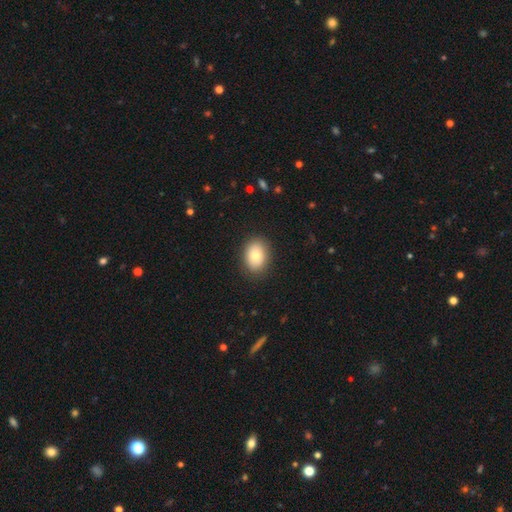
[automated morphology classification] The model was most divided on "how rounded": in between: 73%, round: 26%, cigar-shaped: 1%. More confident: merging — none (87%); smooth or featured — smooth (81%).